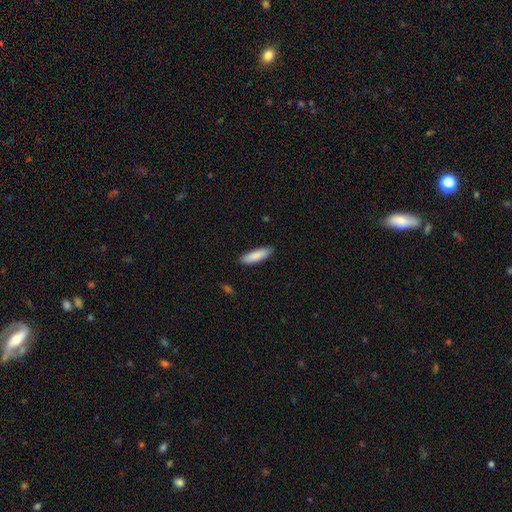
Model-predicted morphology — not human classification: Smooth or featured? Predicted: smooth (p=0.87). How rounded? Predicted: cigar-shaped (p=0.61). Merging? Predicted: none (p=0.88).